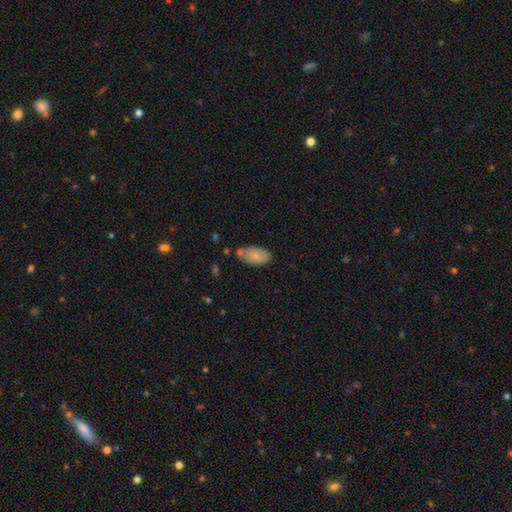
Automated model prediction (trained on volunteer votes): Smooth or featured?
  - smooth: 81% *
  - featured or disk: 13%
  - star or artifact: 7%
How rounded?
  - in between: 94% *
  - round: 3%
  - cigar-shaped: 2%
Merging?
  - none: 67% *
  - minor disturbance: 20%
  - merger: 8%
  - major disturbance: 4%